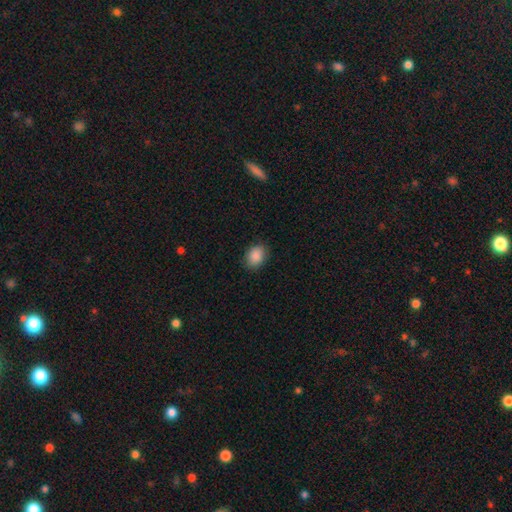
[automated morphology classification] A smooth galaxy with no disk features (89%) that is in between round and cigar-shaped (68%).

Vote fractions:
- Smooth or featured? smooth: 89% / star or artifact: 8% / featured or disk: 3%
- How rounded? in between: 68% / round: 31% / cigar-shaped: 1%
- Merging? none: 86% / minor disturbance: 11% / major disturbance: 3% / merger: 1%